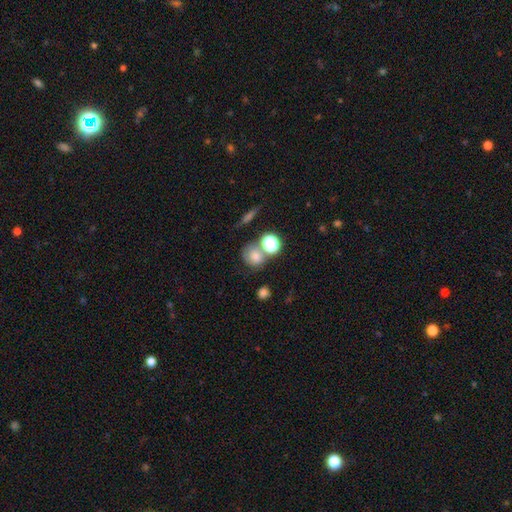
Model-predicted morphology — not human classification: smooth 70%, star or artifact 17%, featured or disk 13%. Down the decision tree: how rounded — round (72%); merging — none (49%).